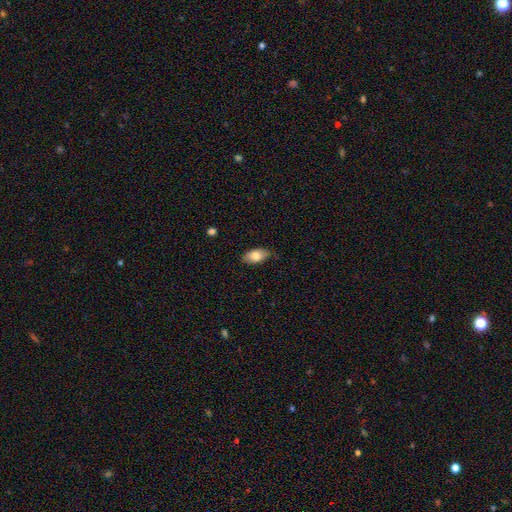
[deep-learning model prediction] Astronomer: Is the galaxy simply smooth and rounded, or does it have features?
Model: smooth — 81%.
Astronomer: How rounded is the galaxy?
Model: in between — 93%.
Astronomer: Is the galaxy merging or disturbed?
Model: none — 79%.